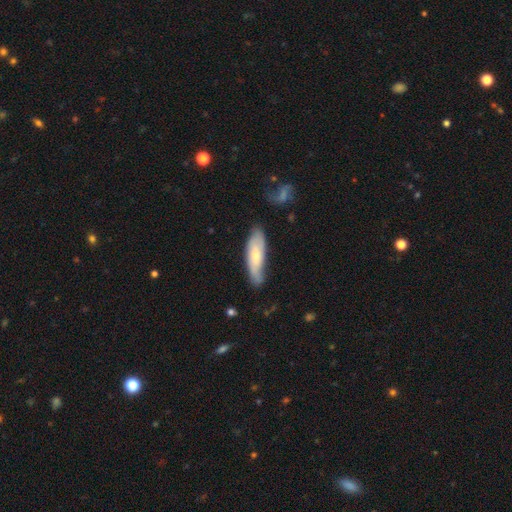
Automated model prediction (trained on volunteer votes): Smooth or featured? Predicted: smooth (p=0.56). How rounded? Predicted: cigar-shaped (p=0.56). Merging? Predicted: none (p=0.64).